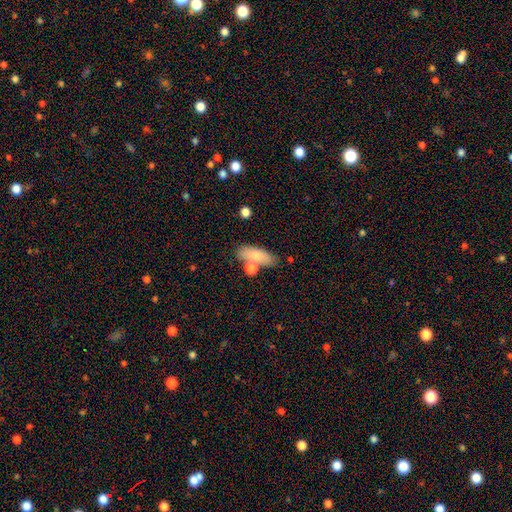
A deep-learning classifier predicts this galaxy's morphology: smooth_or_featured: smooth (p=0.77) [alt: featured or disk p=0.15]
how_rounded: in between (p=0.68) [alt: cigar-shaped p=0.27]
merging: none (p=0.62) [alt: merger p=0.18]